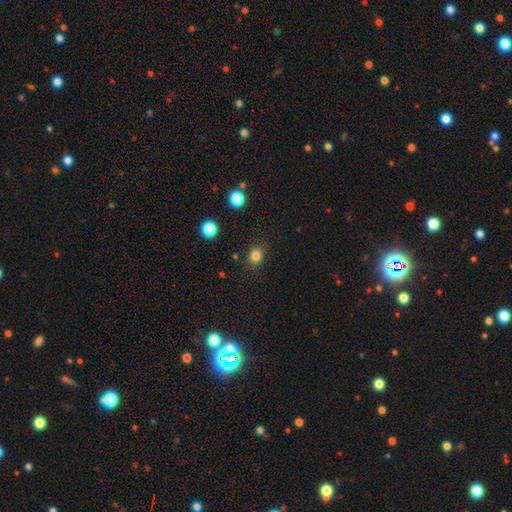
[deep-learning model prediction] smooth_or_featured: smooth (p=0.83) [alt: star or artifact p=0.13]
how_rounded: round (p=0.66) [alt: in between p=0.33]
merging: none (p=0.85) [alt: minor disturbance p=0.10]